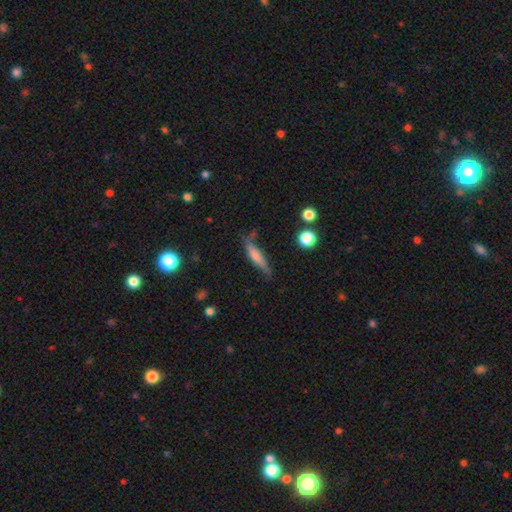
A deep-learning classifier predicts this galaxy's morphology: Q: Smooth or featured?
A: smooth (59%); runner-up: featured or disk (34%)
Q: How rounded?
A: cigar-shaped (81%); runner-up: in between (17%)
Q: Merging?
A: none (67%); runner-up: minor disturbance (23%)